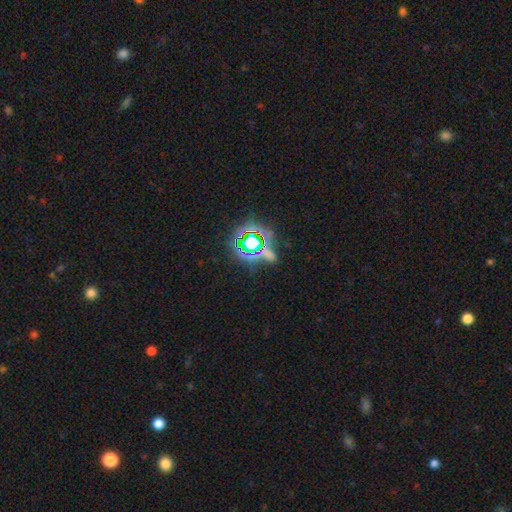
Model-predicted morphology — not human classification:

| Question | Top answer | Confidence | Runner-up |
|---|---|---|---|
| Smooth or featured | star or artifact | 78% | smooth (14%) |